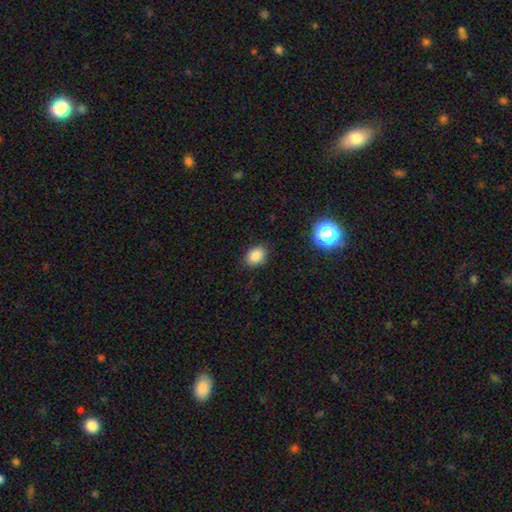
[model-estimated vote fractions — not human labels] This appears to be a smooth galaxy with no disk features (85%) that is in between round and cigar-shaped (66%). Merging: none (85%).